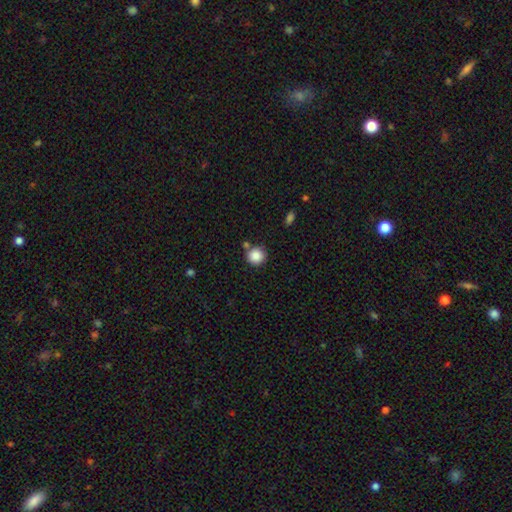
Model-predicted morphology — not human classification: Q: Smooth or featured?
A: smooth (87%); runner-up: star or artifact (9%)
Q: How rounded?
A: round (92%); runner-up: in between (7%)
Q: Merging?
A: none (75%); runner-up: merger (11%)